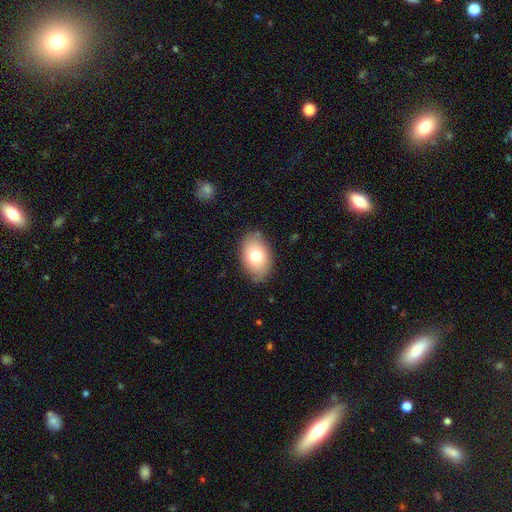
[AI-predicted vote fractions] smooth-or-featured: smooth: 75% | featured or disk: 17% | star or artifact: 8%
  how-rounded: in between: 88% | round: 11% | cigar-shaped: 1%
  merging: none: 81% | minor disturbance: 15% | major disturbance: 3% | merger: 1%